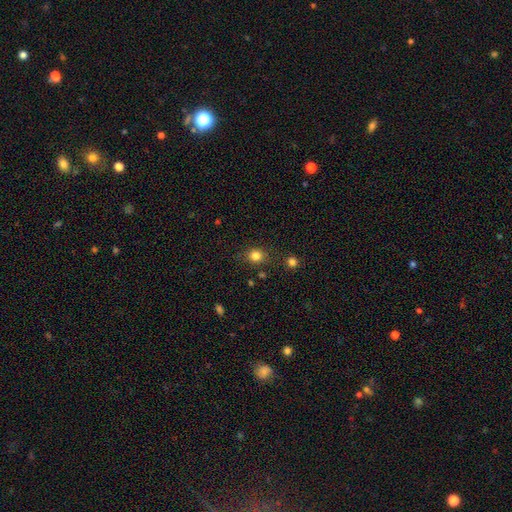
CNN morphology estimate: type=smooth (82%); roundness=round (77%); merging=none (81%).